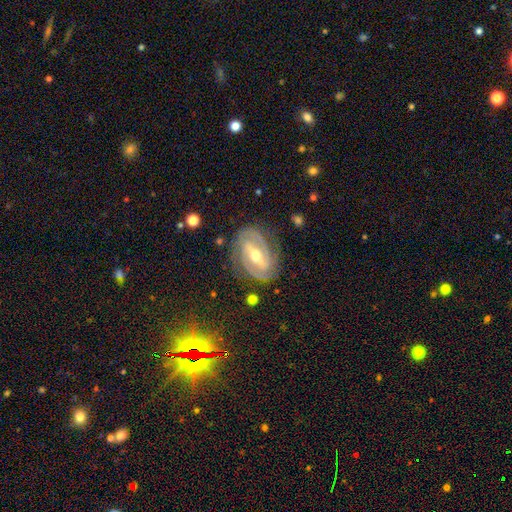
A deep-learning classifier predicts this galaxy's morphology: Smooth or featured? Predicted: featured or disk (p=0.89). Edge-on disk? Predicted: no (p=0.96). Bar? Predicted: strong (p=0.52). Spiral arms? Predicted: yes (p=0.96). Spiral winding? Predicted: tight (p=0.62). Spiral arm count? Predicted: 2 (p=0.66). Bulge size? Predicted: moderate (p=0.65). Merging? Predicted: none (p=0.80).